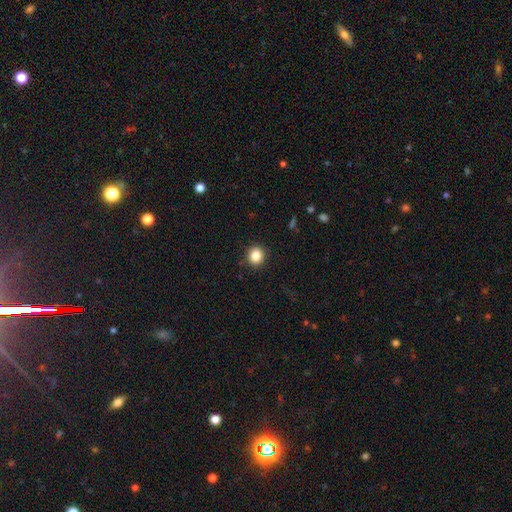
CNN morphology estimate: Smooth or featured? Predicted: smooth (p=0.85). How rounded? Predicted: round (p=0.85). Merging? Predicted: none (p=0.91).